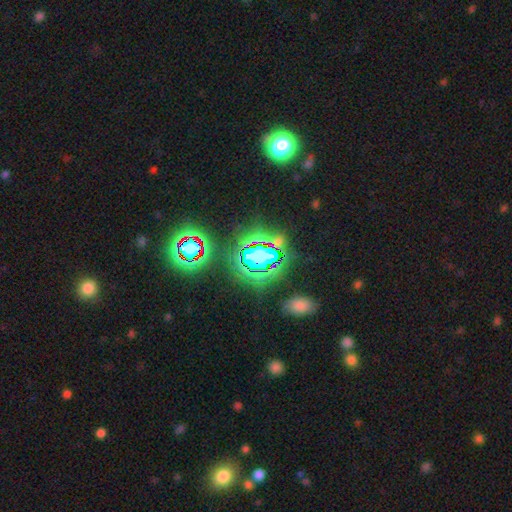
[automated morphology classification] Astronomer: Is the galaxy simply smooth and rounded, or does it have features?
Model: star or artifact — 71%.